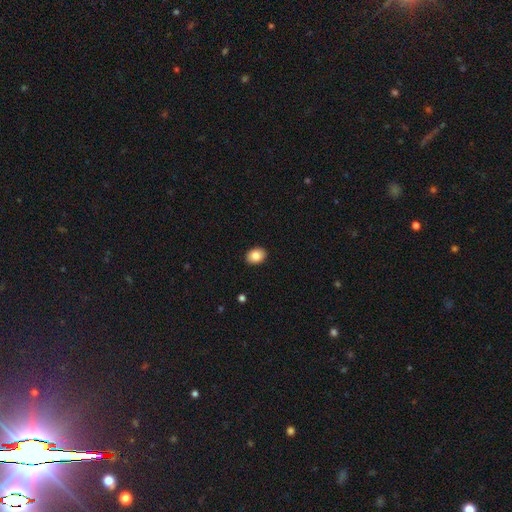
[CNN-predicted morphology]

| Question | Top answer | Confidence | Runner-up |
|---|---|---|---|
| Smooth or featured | smooth | 86% | star or artifact (8%) |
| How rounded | in between | 66% | round (33%) |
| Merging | none | 91% | minor disturbance (6%) |